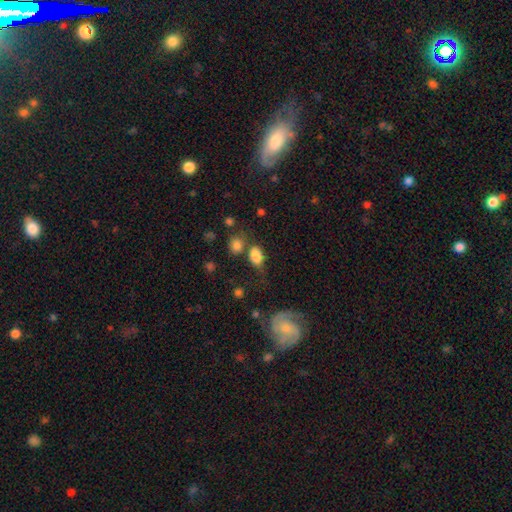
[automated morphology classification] A smooth galaxy with no disk features (82%) that is in between round and cigar-shaped (80%). Merging: none (49%).